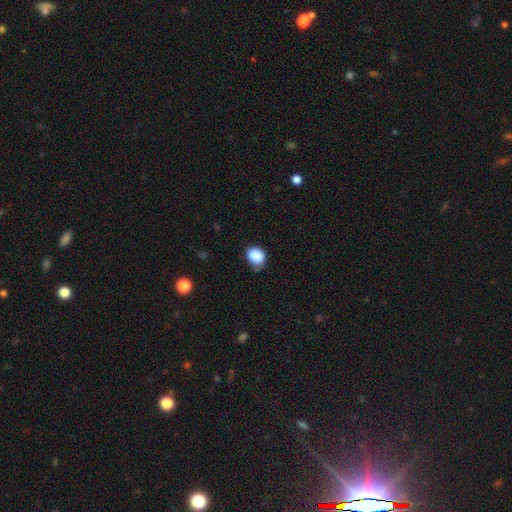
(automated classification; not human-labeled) The model was most divided on "how rounded": in between: 54%, round: 45%, cigar-shaped: 1%. More confident: smooth or featured — smooth (87%); merging — none (54%).